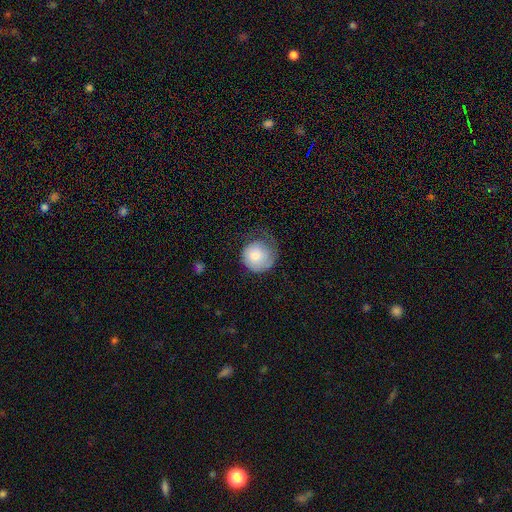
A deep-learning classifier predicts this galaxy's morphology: type=smooth (67%); roundness=round (89%); merging=none (40%).